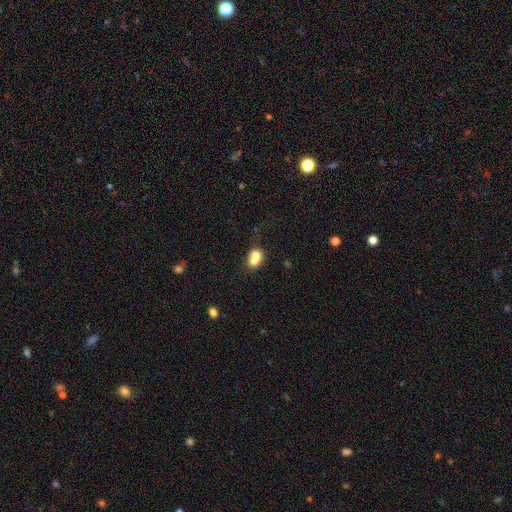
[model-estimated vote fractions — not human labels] smooth_or_featured: smooth (p=0.69) [alt: featured or disk p=0.20]
how_rounded: round (p=0.61) [alt: in between p=0.38]
merging: merger (p=0.66) [alt: none p=0.24]